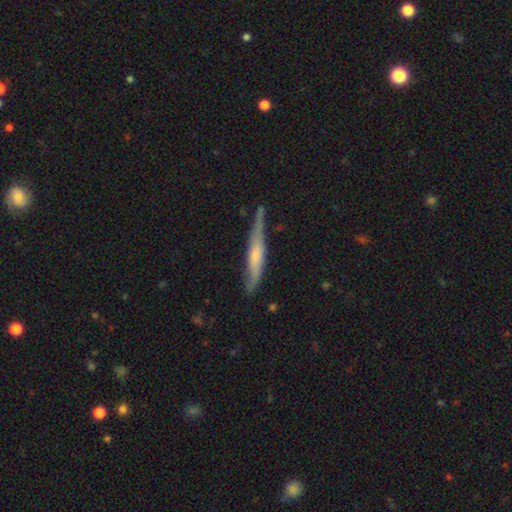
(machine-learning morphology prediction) Overall: featured or disk (53%; smooth 41%). Edge-on disk: yes (85%). Merging: none (68%).